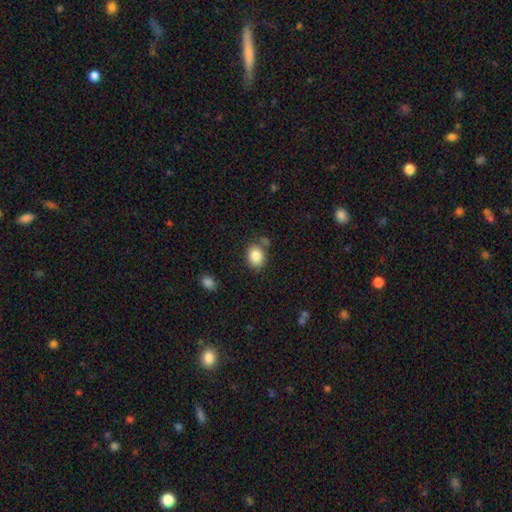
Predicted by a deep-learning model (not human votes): A smooth galaxy with no disk features (85%) that is round (51%).

Vote fractions:
- Smooth or featured? smooth: 85% / star or artifact: 9% / featured or disk: 6%
- How rounded? round: 51% / in between: 48% / cigar-shaped: 1%
- Merging? none: 73% / minor disturbance: 14% / merger: 9% / major disturbance: 4%